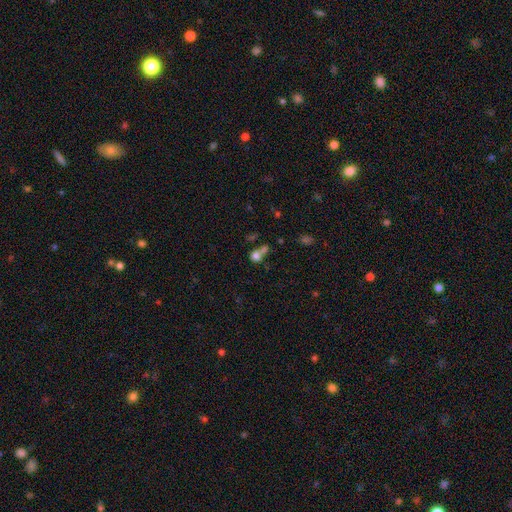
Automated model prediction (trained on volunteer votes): This is likely a smooth galaxy (73%). How rounded: likely round (69%). Merging: possibly merger (47%).